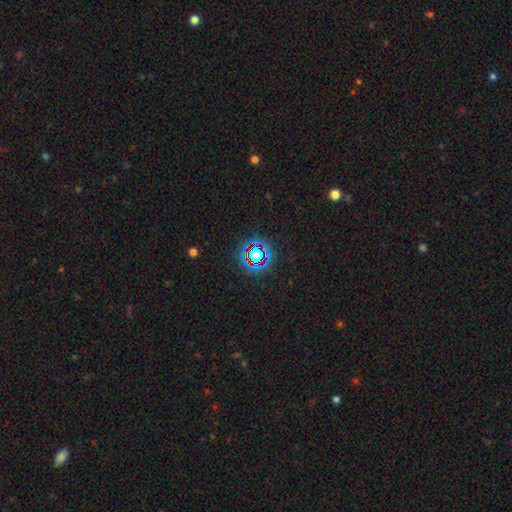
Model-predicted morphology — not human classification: smooth-or-featured: star or artifact: 74% | smooth: 16% | featured or disk: 10%